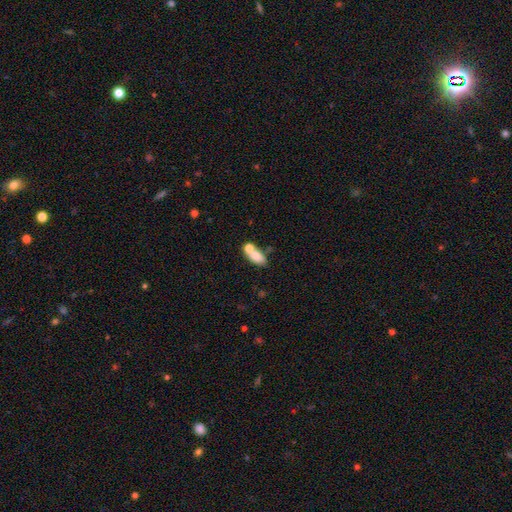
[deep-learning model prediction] Overall: smooth (75%). How rounded: in between (81%). Merging: merger (43%; none 39%).